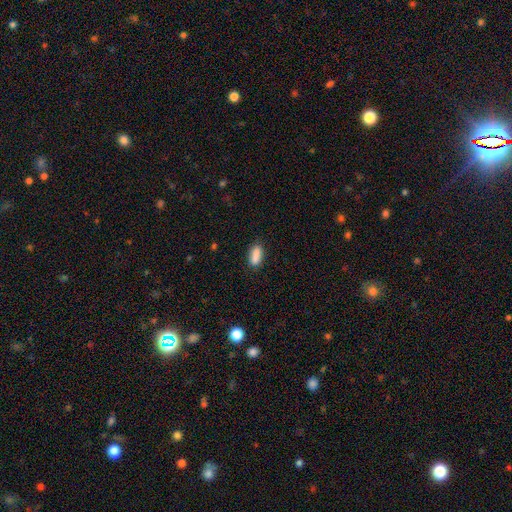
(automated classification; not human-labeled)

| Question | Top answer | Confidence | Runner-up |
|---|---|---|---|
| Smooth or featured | smooth | 87% | star or artifact (8%) |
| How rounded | in between | 77% | cigar-shaped (20%) |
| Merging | none | 81% | minor disturbance (13%) |